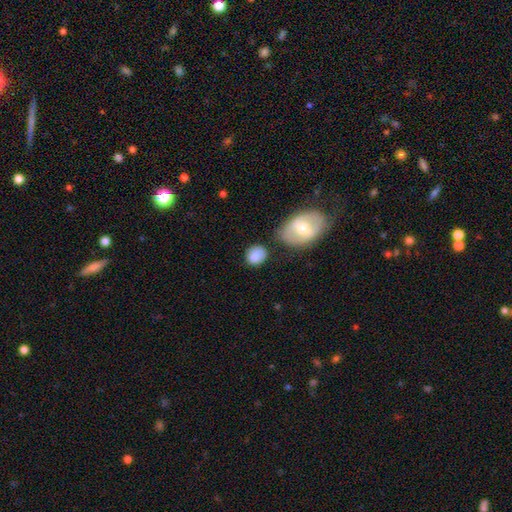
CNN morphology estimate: Q: Smooth or featured?
A: smooth (82%); runner-up: featured or disk (10%)
Q: How rounded?
A: round (66%); runner-up: in between (32%)
Q: Merging?
A: none (65%); runner-up: minor disturbance (18%)